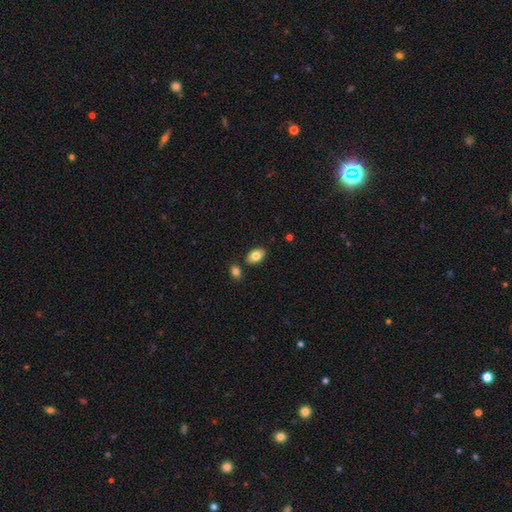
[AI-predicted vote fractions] A smooth galaxy with no disk features (84%) that is in between round and cigar-shaped (90%). Merging: none (83%).